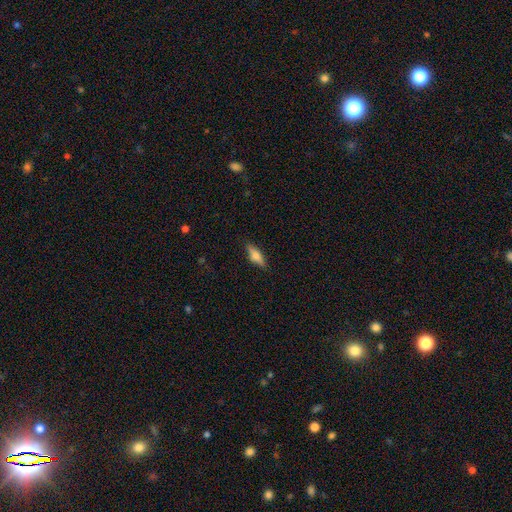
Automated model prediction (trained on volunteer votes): smooth_or_featured: smooth (p=0.57) [alt: featured or disk p=0.35]
how_rounded: cigar-shaped (p=0.49) [alt: in between p=0.48]
merging: none (p=0.85) [alt: minor disturbance p=0.12]